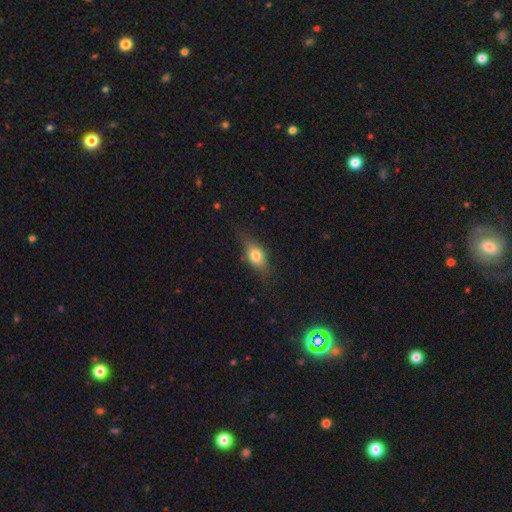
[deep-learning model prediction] Smooth or featured: smooth — 66% (featured or disk — 25%)
How rounded: in between — 72% (round — 14%)
Merging: none — 72% (minor disturbance — 20%)